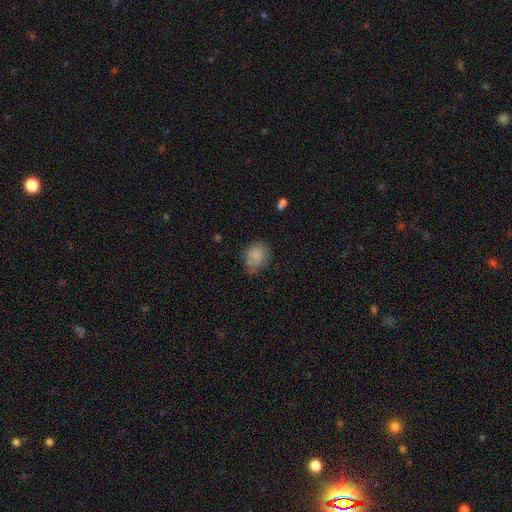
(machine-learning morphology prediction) Overall: smooth (82%). How rounded: round (63%; in between 36%). Merging: none (67%).